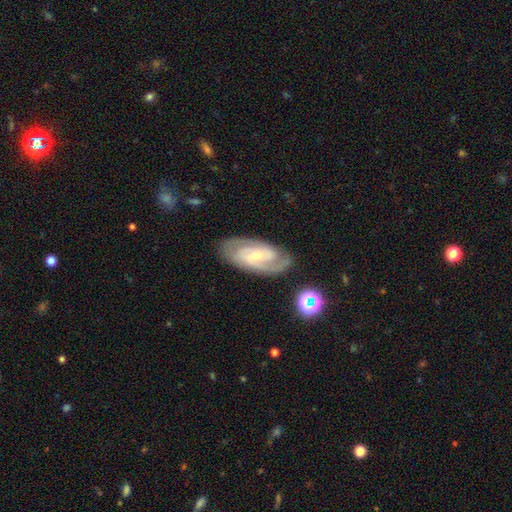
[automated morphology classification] type=featured or disk (81%); edge-on=no (94%); bar=weak (46%); spiral arms=yes (94%); winding=tight (53%); arm count=2 (70%); bulge=small (67%); merging=none (80%).